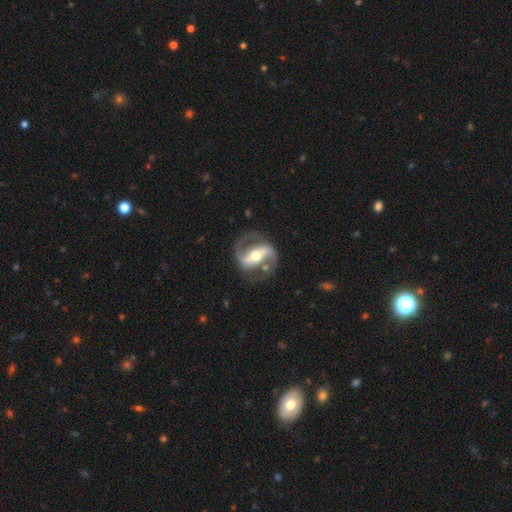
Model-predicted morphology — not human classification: smooth-or-featured: featured or disk: 89% | smooth: 7% | star or artifact: 4%
  disk-edge-on: no: 95% | yes: 5%
    bar: strong: 69% | weak: 20% | no: 11%
    has-spiral-arms: yes: 93% | no: 7%
      spiral-winding: medium: 56% | loose: 24% | tight: 20%
      spiral-arm-count: 2: 92% | can't tell: 3% | 1: 2% | 3: 1% | 4: 1% | more than 4: 1%
    bulge-size: moderate: 67% | small: 21% | large: 10% | dominant: 1% | none: 1%
  merging: none: 79% | minor disturbance: 12% | major disturbance: 7% | merger: 2%